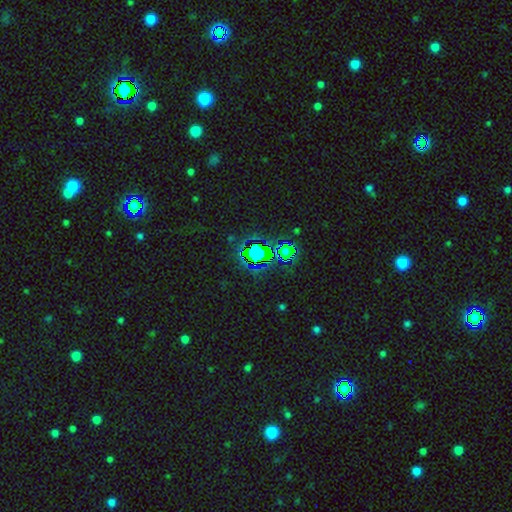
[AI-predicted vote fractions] The model was most divided on "smooth or featured": star or artifact: 73%, smooth: 17%, featured or disk: 10%.